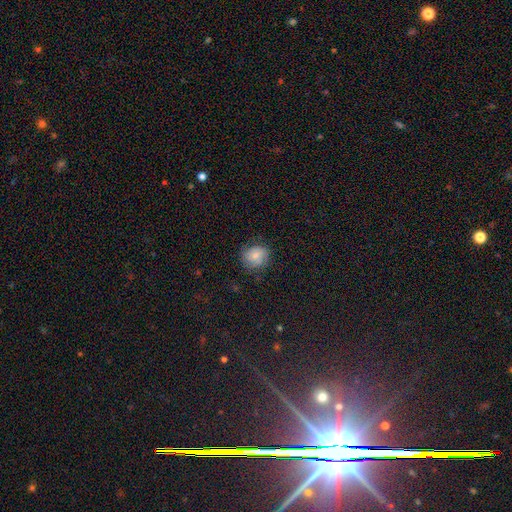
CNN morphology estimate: This is likely a smooth galaxy (64%). How rounded: likely round (79%). Merging: likely none (76%).